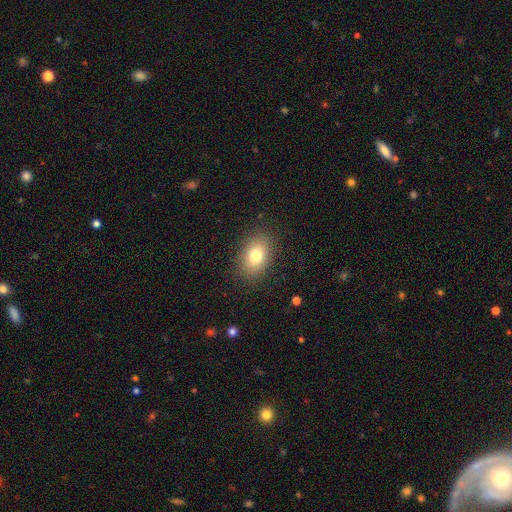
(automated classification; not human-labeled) The model was most divided on "how rounded": in between: 78%, round: 21%, cigar-shaped: 1%. More confident: merging — none (86%); smooth or featured — smooth (78%).